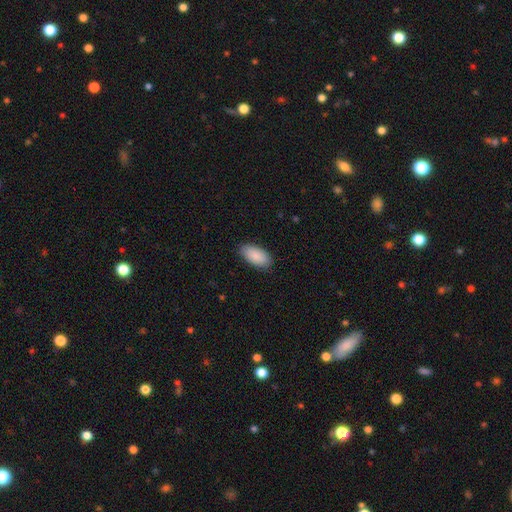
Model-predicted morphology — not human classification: smooth-or-featured: smooth: 90% | star or artifact: 6% | featured or disk: 5%
  how-rounded: in between: 94% | cigar-shaped: 4% | round: 2%
  merging: none: 87% | minor disturbance: 10% | major disturbance: 2% | merger: 1%